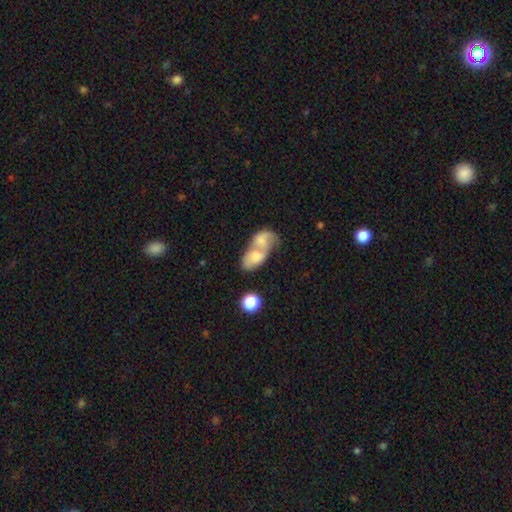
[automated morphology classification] Smooth or featured: smooth — 58% (featured or disk — 33%)
How rounded: in between — 81% (round — 15%)
Merging: merger — 76% (none — 11%)